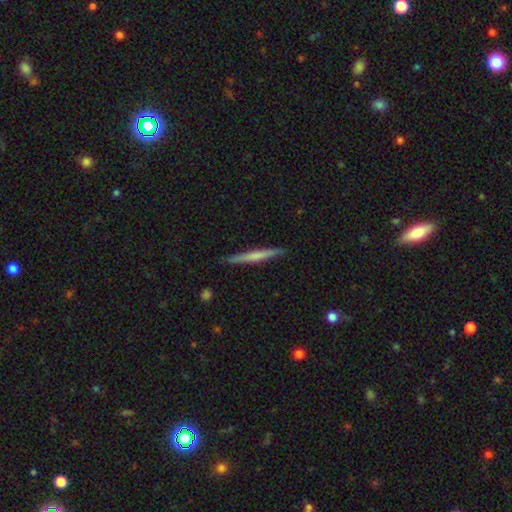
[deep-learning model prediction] smooth-or-featured: smooth: 50% | featured or disk: 45% | star or artifact: 5%
  how-rounded: cigar-shaped: 96% | in between: 3% | round: 1%
  merging: none: 90% | minor disturbance: 8% | major disturbance: 1% | merger: 1%